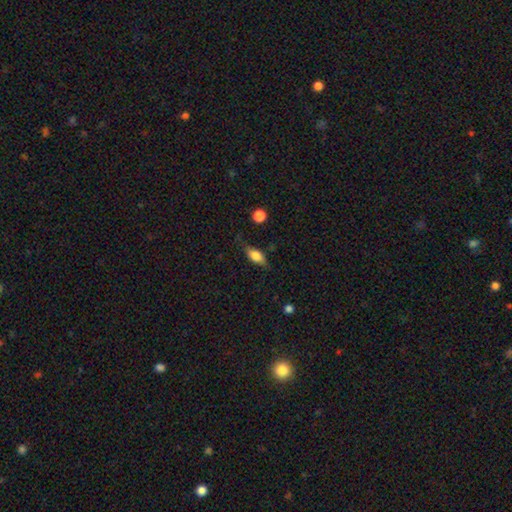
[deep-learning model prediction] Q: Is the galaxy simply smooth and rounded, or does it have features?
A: smooth — 64%.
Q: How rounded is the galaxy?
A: in between — 76%.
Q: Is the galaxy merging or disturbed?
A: none — 68%.